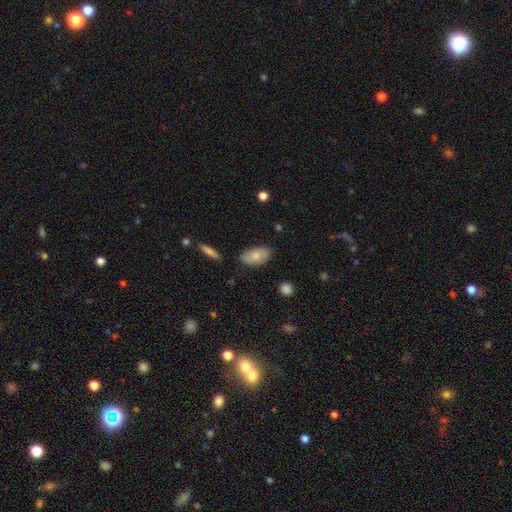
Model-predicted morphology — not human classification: smooth-or-featured: smooth: 75% | featured or disk: 19% | star or artifact: 6%
  how-rounded: in between: 93% | round: 4% | cigar-shaped: 3%
  merging: none: 80% | minor disturbance: 16% | major disturbance: 3% | merger: 2%